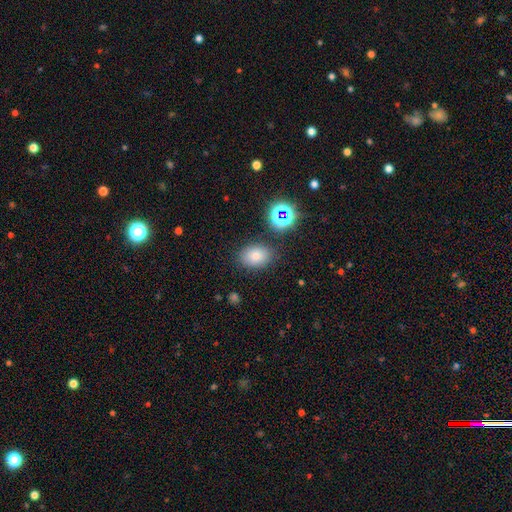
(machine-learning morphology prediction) smooth 76%, star or artifact 15%, featured or disk 9%. Down the decision tree: how rounded — in between (76%); merging — none (82%).